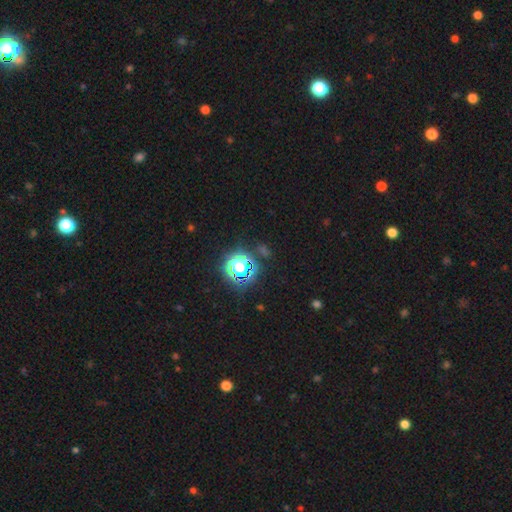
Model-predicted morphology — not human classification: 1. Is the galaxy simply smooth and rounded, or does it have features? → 80% star or artifact, 13% smooth, 6% featured or disk.